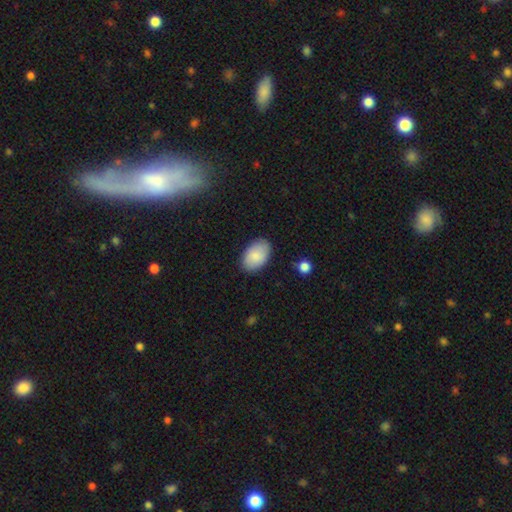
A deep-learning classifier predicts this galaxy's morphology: A smooth galaxy with no disk features (87%) that is in between round and cigar-shaped (92%). Merging: none (86%).